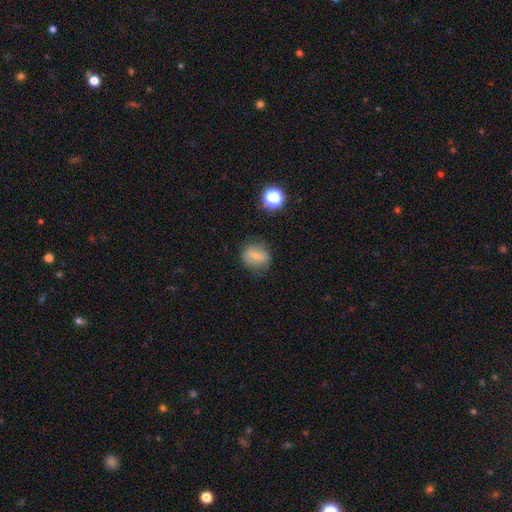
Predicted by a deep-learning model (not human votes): smooth-or-featured: smooth: 62% | featured or disk: 26% | star or artifact: 12%
  how-rounded: round: 72% | in between: 27% | cigar-shaped: 1%
  merging: none: 77% | minor disturbance: 16% | major disturbance: 5% | merger: 2%